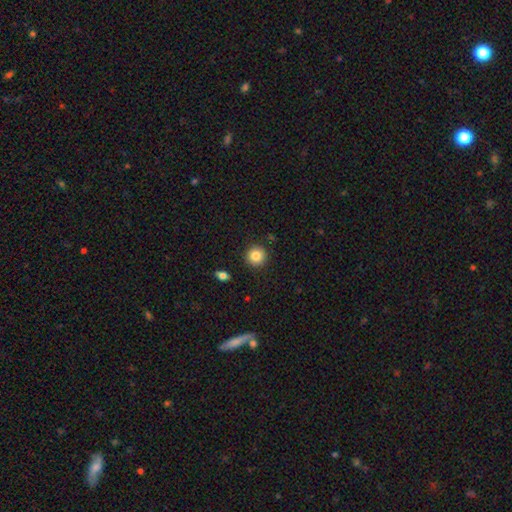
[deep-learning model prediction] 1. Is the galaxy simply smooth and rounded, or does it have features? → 84% smooth, 10% star or artifact, 6% featured or disk.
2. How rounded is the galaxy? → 94% round, 5% in between, 1% cigar-shaped.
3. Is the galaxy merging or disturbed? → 90% none, 6% minor disturbance, 2% major disturbance, 2% merger.